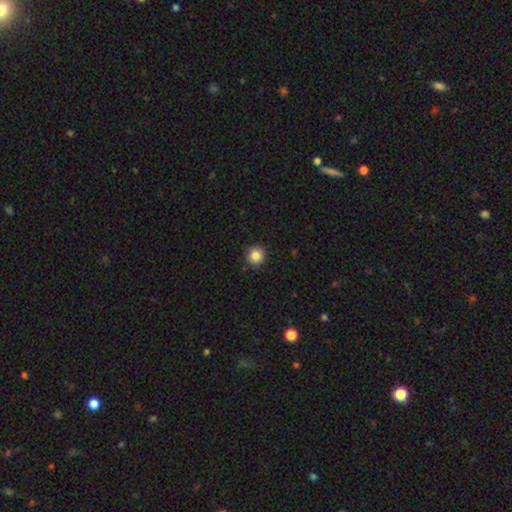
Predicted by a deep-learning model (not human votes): Morphology: type=smooth (86%); roundness=round (95%); merging=none (92%).